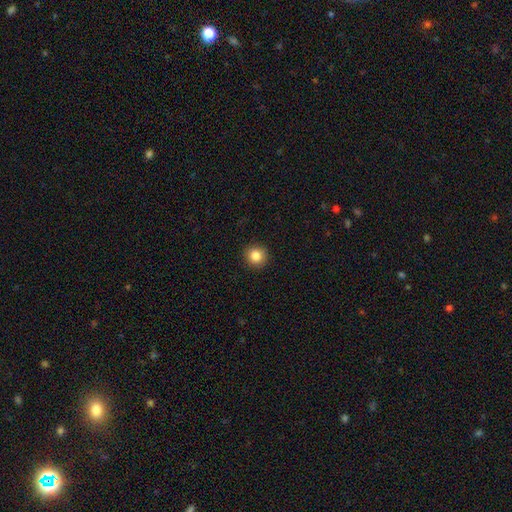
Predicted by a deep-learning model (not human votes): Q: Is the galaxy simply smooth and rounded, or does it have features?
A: smooth — 84%.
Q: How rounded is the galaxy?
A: round — 94%.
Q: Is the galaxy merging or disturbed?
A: none — 93%.